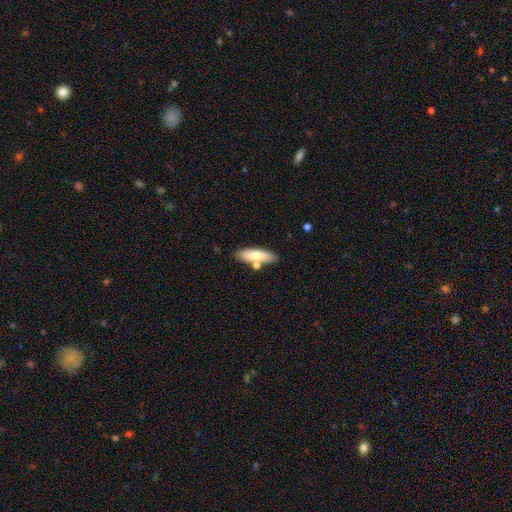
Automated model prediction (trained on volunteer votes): smooth-or-featured: smooth: 72% | featured or disk: 22% | star or artifact: 6%
  how-rounded: cigar-shaped: 50% | in between: 47% | round: 2%
  merging: none: 70% | merger: 14% | minor disturbance: 13% | major disturbance: 3%